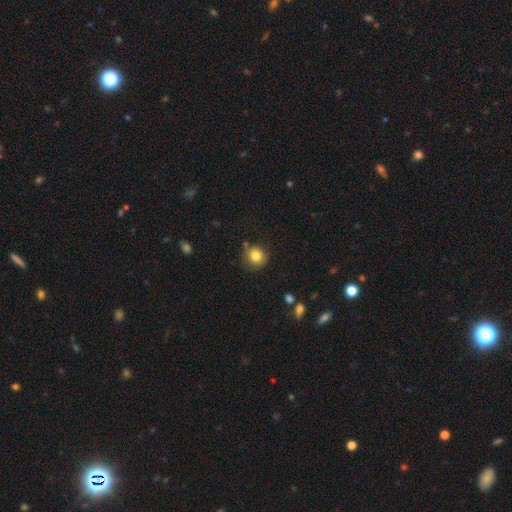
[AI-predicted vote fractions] Smooth or featured: smooth — 83% (star or artifact — 10%)
How rounded: round — 90% (in between — 9%)
Merging: none — 77% (minor disturbance — 15%)